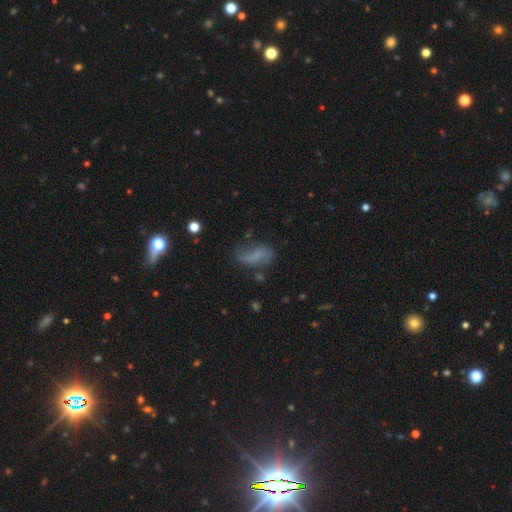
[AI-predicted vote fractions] Q: Smooth or featured?
A: featured or disk (45%); runner-up: smooth (40%)
Q: Merging?
A: none (45%); runner-up: minor disturbance (26%)